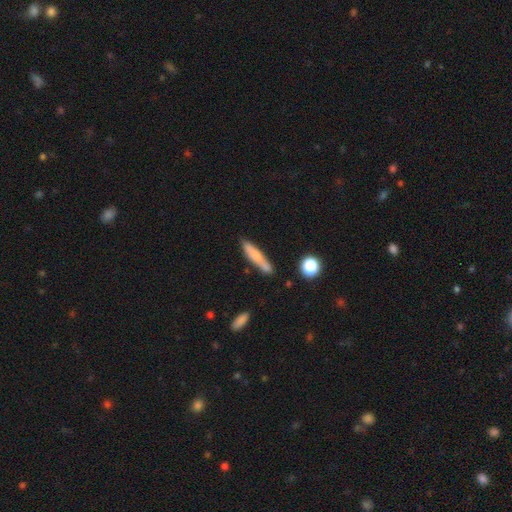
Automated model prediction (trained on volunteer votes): Smooth or featured: smooth — 67% (featured or disk — 26%)
How rounded: cigar-shaped — 86% (in between — 12%)
Merging: none — 75% (minor disturbance — 16%)